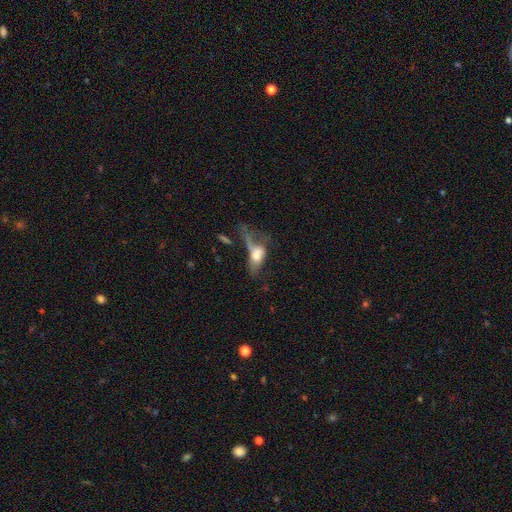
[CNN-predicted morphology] smooth_or_featured: smooth (p=0.53) [alt: featured or disk p=0.37]
how_rounded: in between (p=0.79) [alt: cigar-shaped p=0.12]
merging: major disturbance (p=0.50) [alt: merger p=0.24]